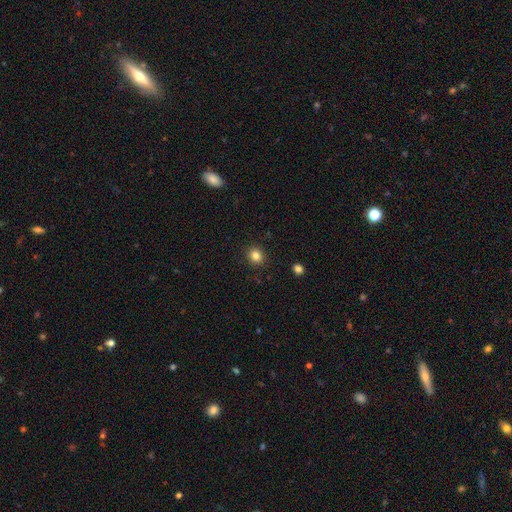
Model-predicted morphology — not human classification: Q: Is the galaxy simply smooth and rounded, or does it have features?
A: smooth — 83%.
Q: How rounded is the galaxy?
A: round — 77%.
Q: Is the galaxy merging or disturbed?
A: none — 90%.